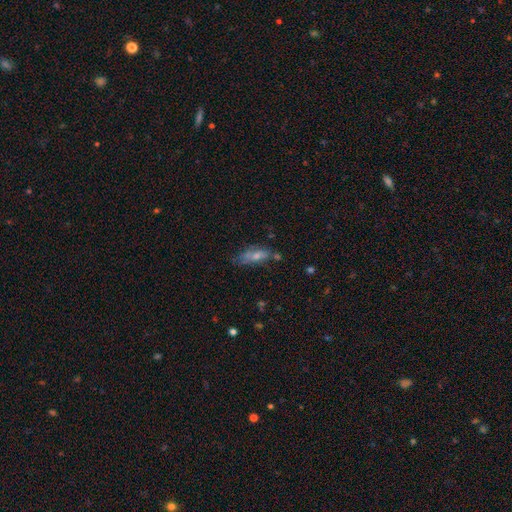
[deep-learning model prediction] smooth 63%, featured or disk 27%, star or artifact 9%. Down the decision tree: how rounded — in between (68%); merging — none (47%).